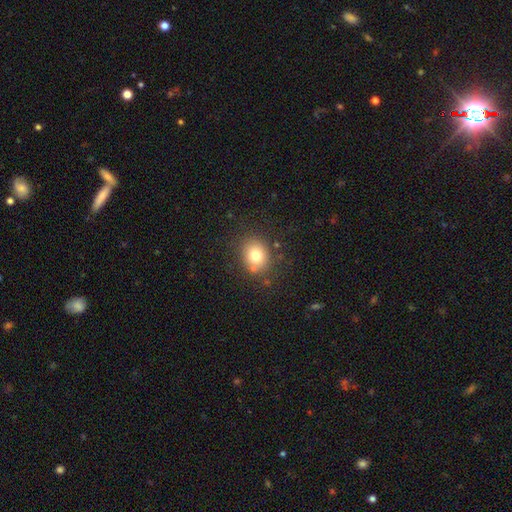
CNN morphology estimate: type=smooth (76%); roundness=round (68%); merging=none (81%).